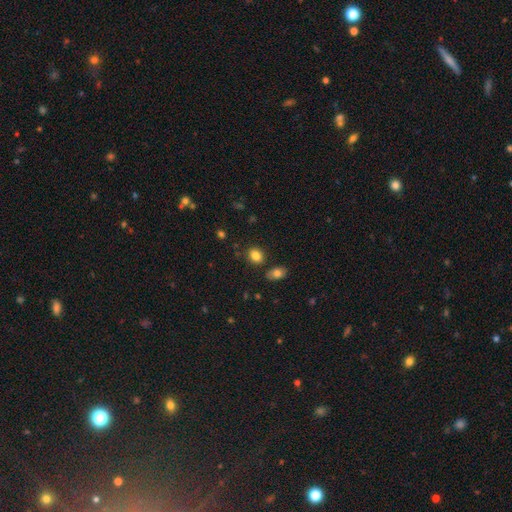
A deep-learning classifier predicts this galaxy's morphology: smooth 83%, star or artifact 10%, featured or disk 7%. Down the decision tree: how rounded — round (51%); merging — none (80%).